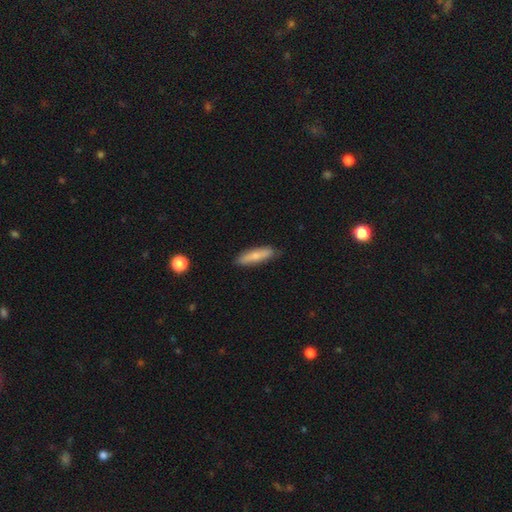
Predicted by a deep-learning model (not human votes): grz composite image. It shows a smooth galaxy with no disk features (73%) that is cigar-shaped (69%). Merging: none (84%).